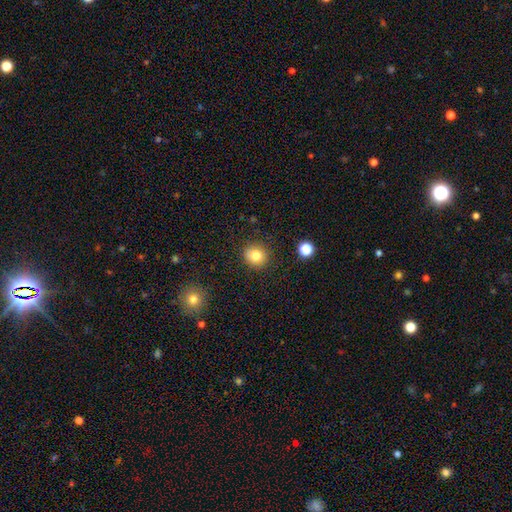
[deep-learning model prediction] Overall: smooth (81%). How rounded: round (87%). Merging: none (88%).